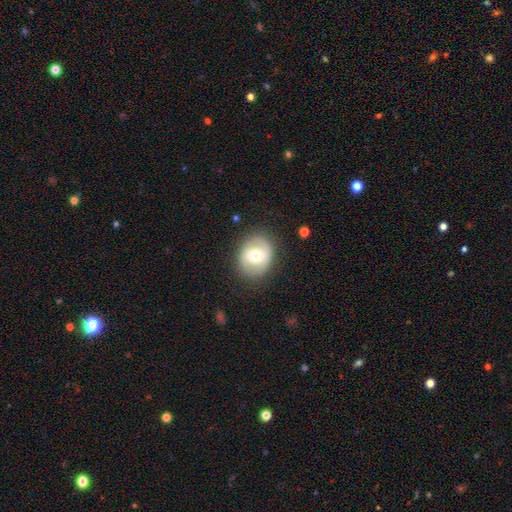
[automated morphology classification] A featured or disk galaxy (54%) with no bar (45%), spiral arms (54%) and a moderate central bulge (63%). Merging: none (78%).